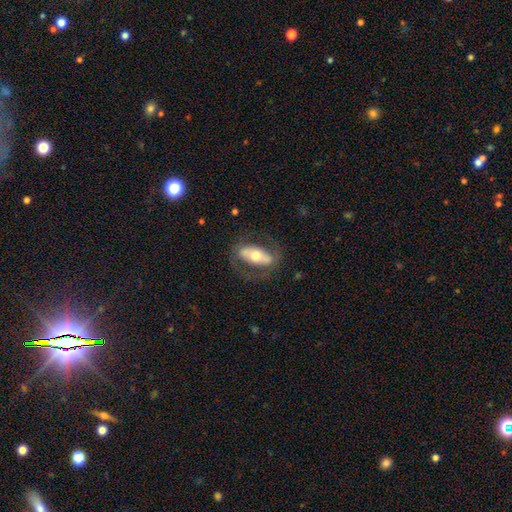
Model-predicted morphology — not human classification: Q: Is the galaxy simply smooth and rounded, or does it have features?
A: featured or disk — 57%.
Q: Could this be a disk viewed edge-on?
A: no — 81%.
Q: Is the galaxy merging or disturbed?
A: none — 71%.